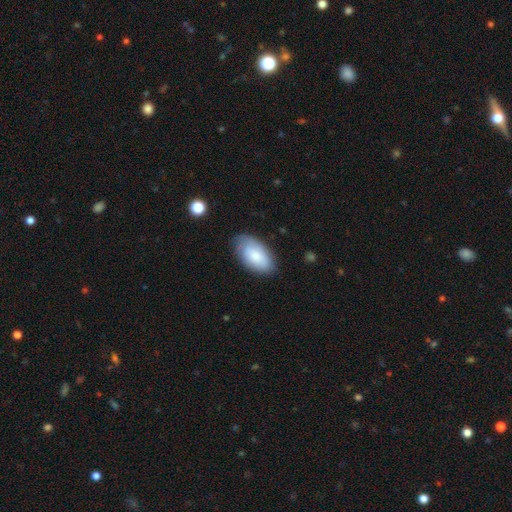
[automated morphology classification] type=smooth (75%); roundness=in between (95%); merging=none (75%).